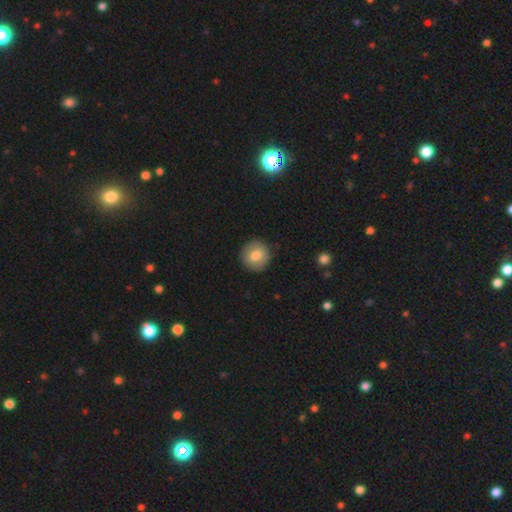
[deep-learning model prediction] This is likely a smooth galaxy (76%). How rounded: clearly round (93%). Merging: clearly none (89%).